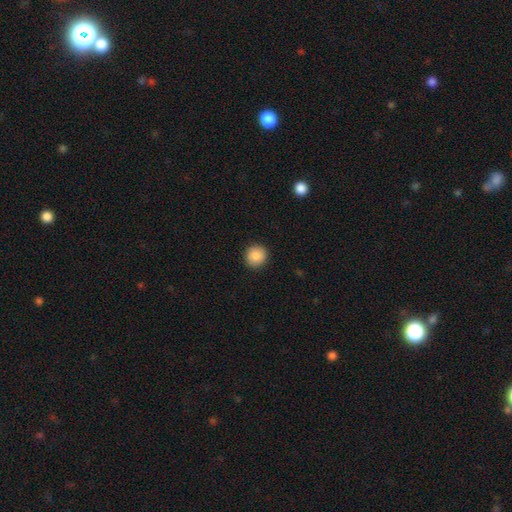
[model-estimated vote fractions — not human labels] The model was most divided on "smooth or featured": smooth: 89%, star or artifact: 8%, featured or disk: 3%. More confident: how rounded — round (92%); merging — none (91%).